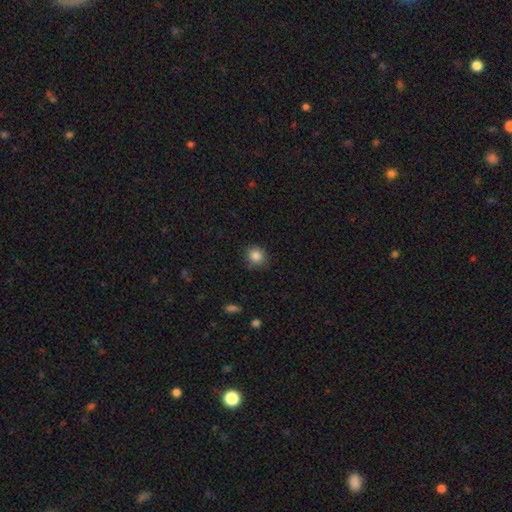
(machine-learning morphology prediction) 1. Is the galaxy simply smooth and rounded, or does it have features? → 85% smooth, 11% star or artifact, 5% featured or disk.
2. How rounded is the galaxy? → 83% round, 16% in between, 1% cigar-shaped.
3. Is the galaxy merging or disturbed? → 82% none, 14% minor disturbance, 3% major disturbance, 1% merger.